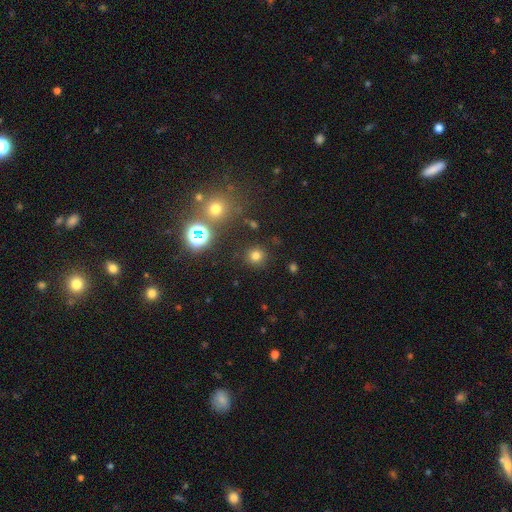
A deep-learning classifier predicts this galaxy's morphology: Overall: smooth (72%). How rounded: round (93%). Merging: none (88%).